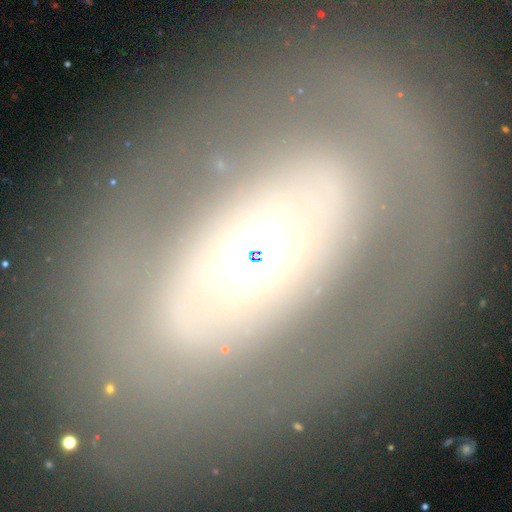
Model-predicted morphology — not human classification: This appears to be a featured or disk galaxy (47%). Merging: none (65%).